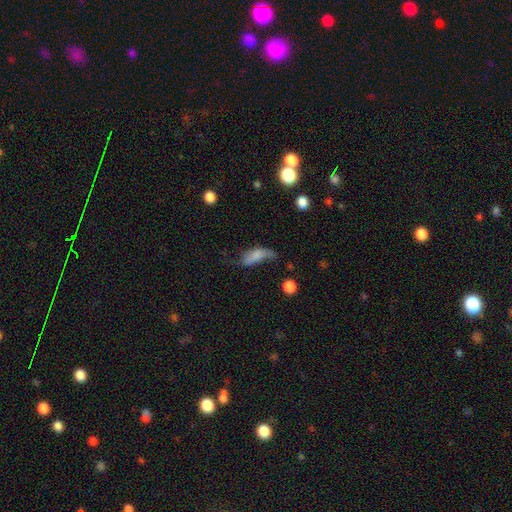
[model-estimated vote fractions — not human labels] Q: Smooth or featured?
A: smooth (63%); runner-up: featured or disk (27%)
Q: How rounded?
A: in between (75%); runner-up: cigar-shaped (21%)
Q: Merging?
A: minor disturbance (33%); runner-up: major disturbance (32%)